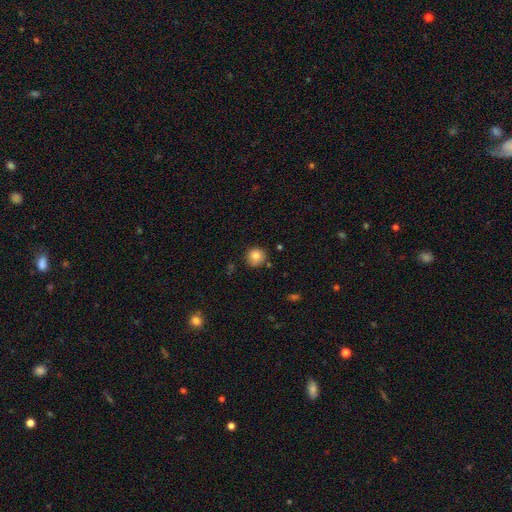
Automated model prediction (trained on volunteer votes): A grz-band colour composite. It shows a smooth galaxy with no disk features (81%) that is round (92%). Merging: none (82%).